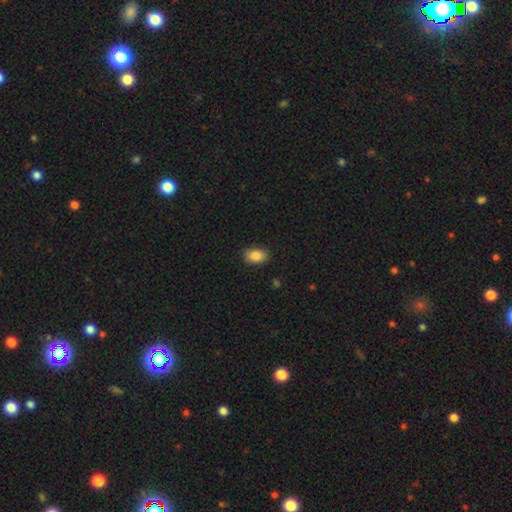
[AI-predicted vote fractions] Morphology: type=smooth (87%); roundness=in between (87%); merging=none (88%).